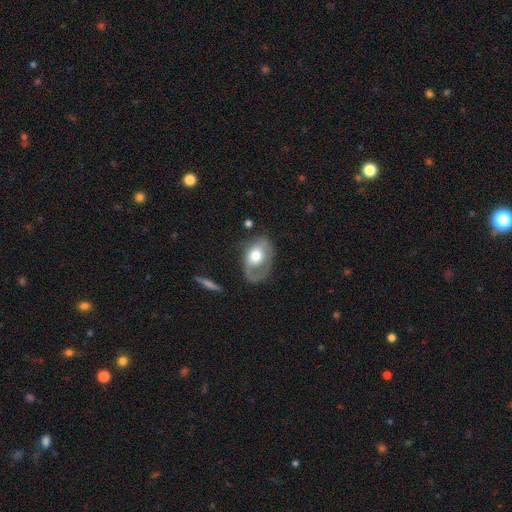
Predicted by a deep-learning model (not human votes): Smooth or featured: featured or disk — 51% (smooth — 43%)
Edge-on disk: no — 93% (yes — 7%)
Merging: none — 43% (major disturbance — 28%)